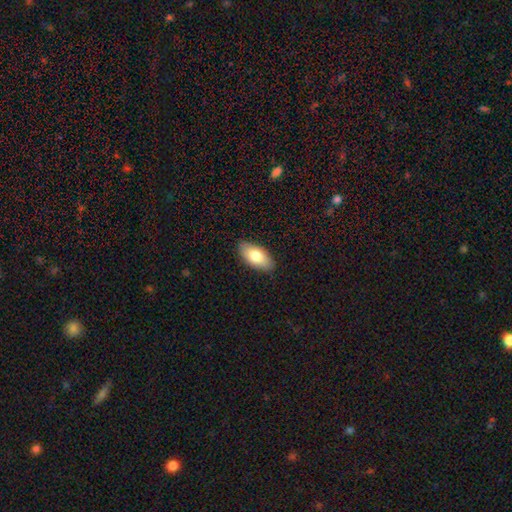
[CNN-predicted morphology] This is clearly a smooth galaxy (80%). How rounded: clearly in between (93%). Merging: clearly none (86%).